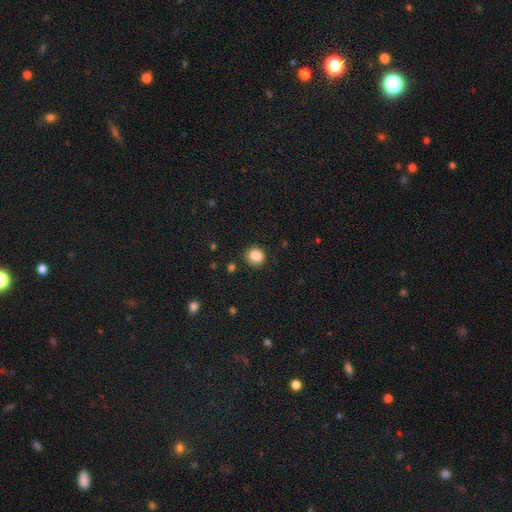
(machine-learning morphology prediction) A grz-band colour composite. It shows a smooth galaxy with no disk features (84%) that is round (69%). Merging: none (81%).